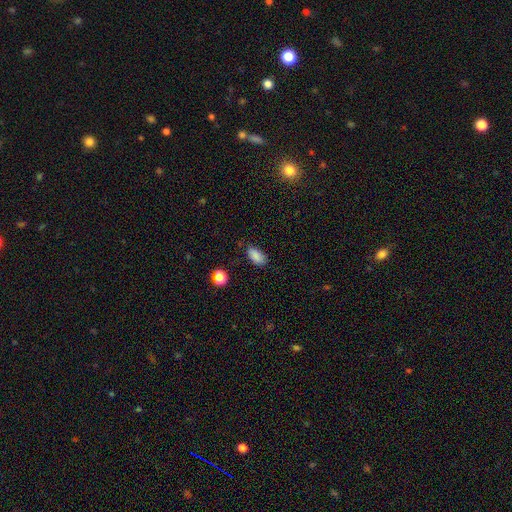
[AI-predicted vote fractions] smooth_or_featured: smooth (p=0.86) [alt: star or artifact p=0.09]
how_rounded: in between (p=0.92) [alt: round p=0.05]
merging: none (p=0.76) [alt: minor disturbance p=0.19]